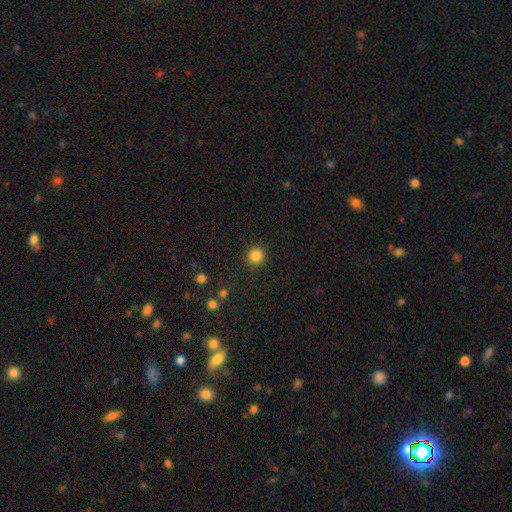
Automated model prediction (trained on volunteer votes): Q: Smooth or featured?
A: smooth (85%); runner-up: star or artifact (11%)
Q: How rounded?
A: round (94%); runner-up: in between (5%)
Q: Merging?
A: none (89%); runner-up: minor disturbance (7%)